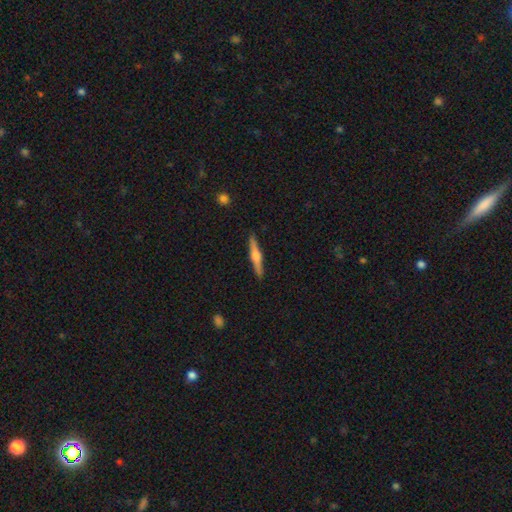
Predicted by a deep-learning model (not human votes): A featured or disk galaxy (68%) viewed edge-on (98%) with a rounded central bulge (91%).

Vote fractions:
- Smooth or featured? featured or disk: 68% / smooth: 27% / star or artifact: 6%
- Edge-on disk? yes: 98% / no: 2%
- Edge-on bulge? rounded: 91% / boxy: 5% / none: 4%
- Merging? none: 91% / minor disturbance: 6% / major disturbance: 1% / merger: 1%